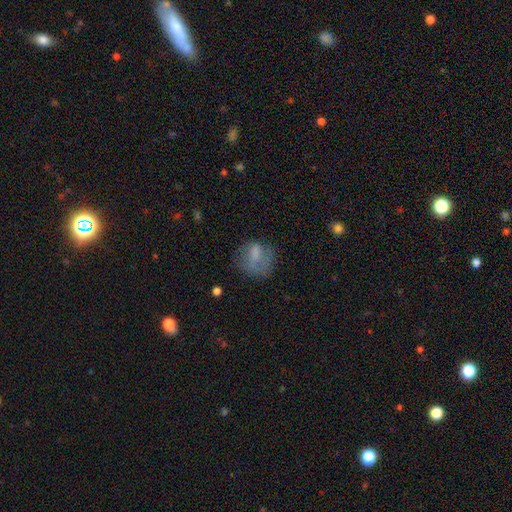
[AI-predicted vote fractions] Smooth or featured?
  - smooth: 64% *
  - featured or disk: 25%
  - star or artifact: 12%
How rounded?
  - round: 55% *
  - in between: 43%
  - cigar-shaped: 2%
Merging?
  - none: 48% *
  - minor disturbance: 25%
  - major disturbance: 24%
  - merger: 2%